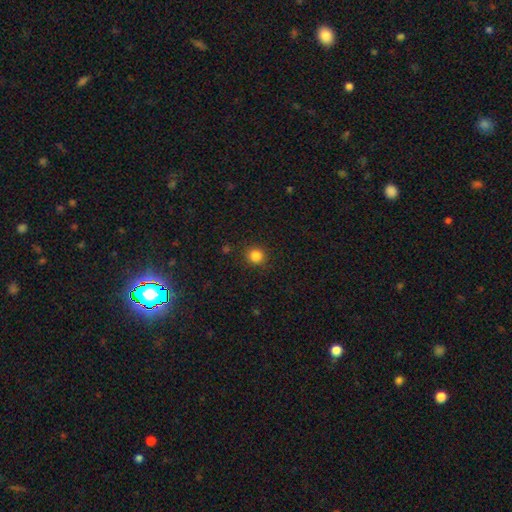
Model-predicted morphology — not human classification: Smooth or featured: smooth — 84% (star or artifact — 12%)
How rounded: round — 90% (in between — 9%)
Merging: none — 89% (minor disturbance — 7%)